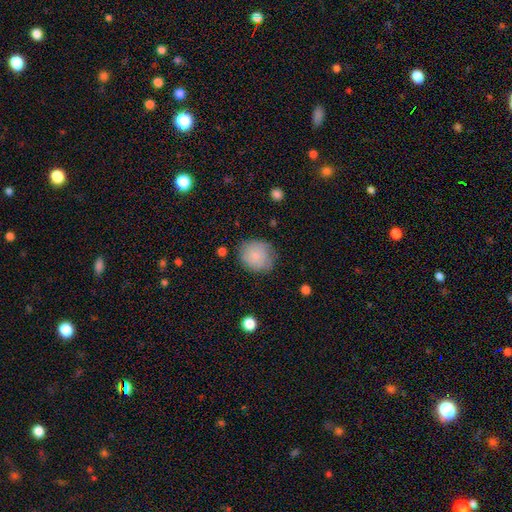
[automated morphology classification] A smooth galaxy with no disk features (81%) that is round (75%). Merging: none (72%).